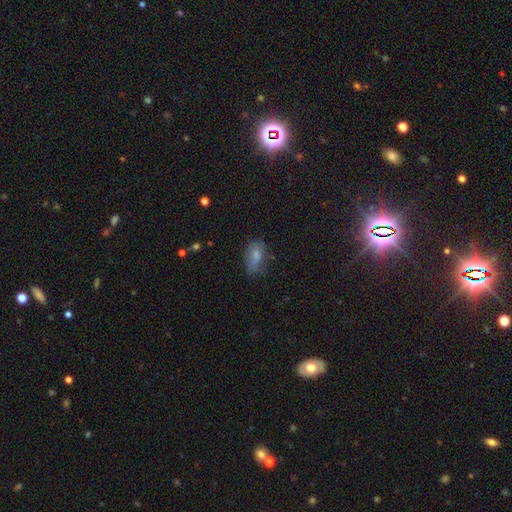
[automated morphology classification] type=smooth (74%); roundness=in between (87%); merging=none (50%).